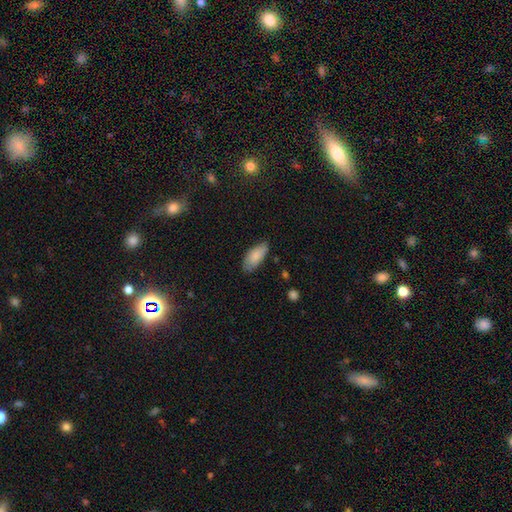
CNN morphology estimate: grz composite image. It shows a smooth galaxy with no disk features (83%) that is in between round and cigar-shaped (87%). Merging: none (73%).